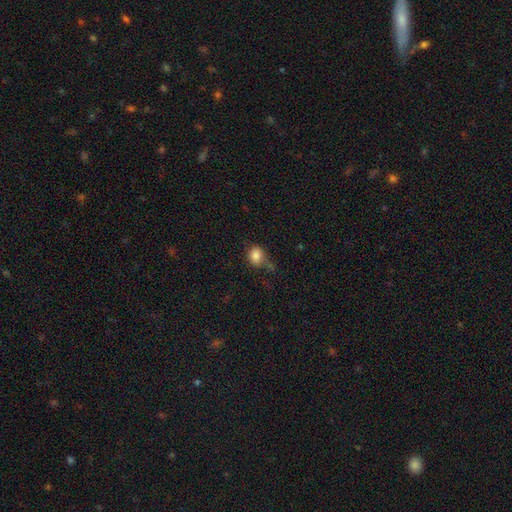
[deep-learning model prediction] smooth-or-featured: smooth: 83% | star or artifact: 10% | featured or disk: 7%
  how-rounded: round: 56% | in between: 43% | cigar-shaped: 1%
  merging: none: 56% | minor disturbance: 26% | major disturbance: 10% | merger: 8%